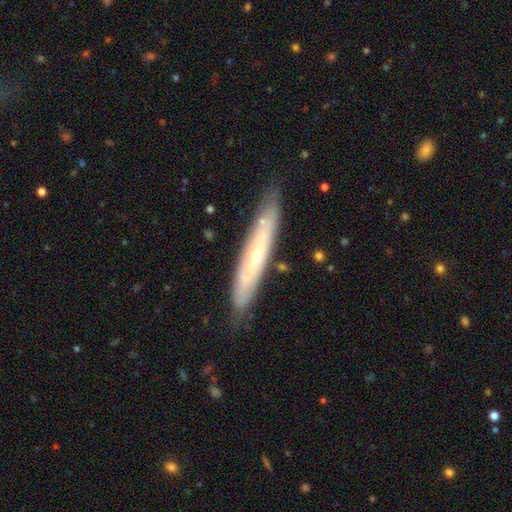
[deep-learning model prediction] The model was most divided on "edge-on disk": yes: 60%, no: 40%. More confident: merging — none (81%); smooth or featured — featured or disk (62%).